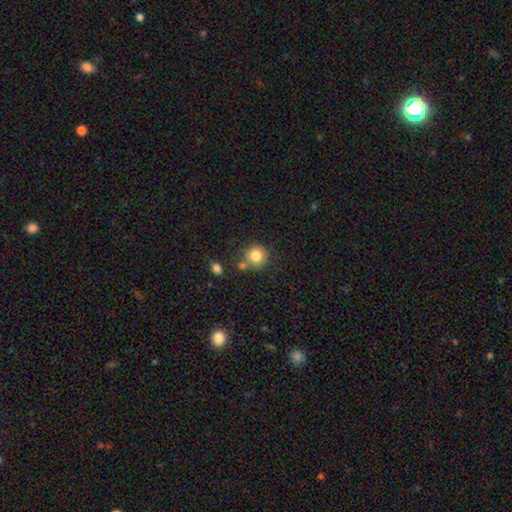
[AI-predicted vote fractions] This appears to be a smooth galaxy with no disk features (83%) that is round (92%). Merging: none (70%).